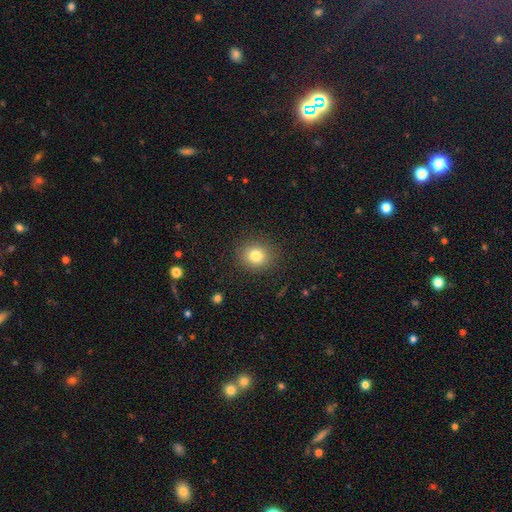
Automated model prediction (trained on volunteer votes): smooth_or_featured: smooth (p=0.80) [alt: star or artifact p=0.12]
how_rounded: round (p=0.77) [alt: in between p=0.22]
merging: none (p=0.87) [alt: minor disturbance p=0.08]